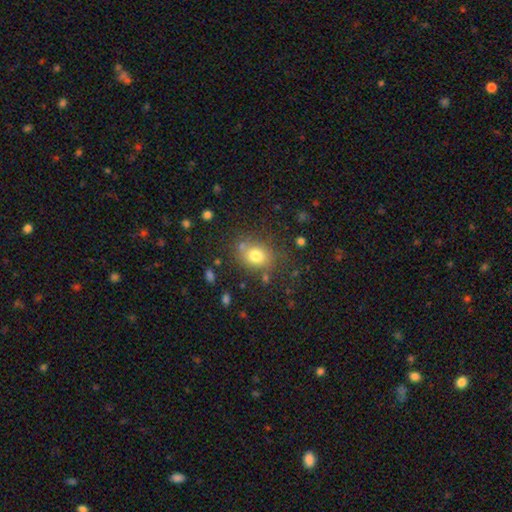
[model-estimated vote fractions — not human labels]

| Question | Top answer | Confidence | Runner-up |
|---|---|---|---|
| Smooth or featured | smooth | 77% | star or artifact (13%) |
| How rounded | round | 50% | in between (49%) |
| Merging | none | 74% | minor disturbance (14%) |